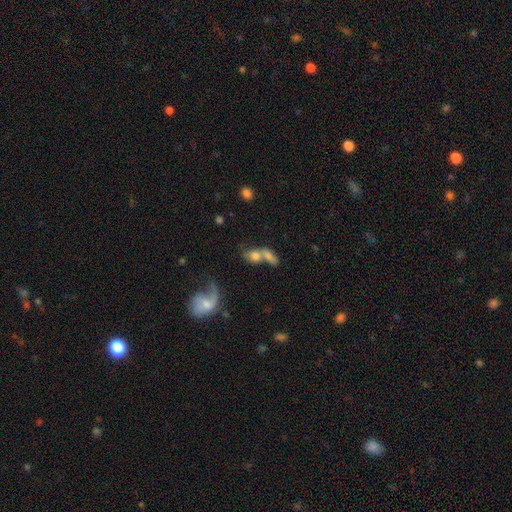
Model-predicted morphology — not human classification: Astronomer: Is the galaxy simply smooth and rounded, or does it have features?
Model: smooth — 62%.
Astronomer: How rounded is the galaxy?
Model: in between — 66%.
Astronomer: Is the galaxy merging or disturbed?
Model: merger — 69%.